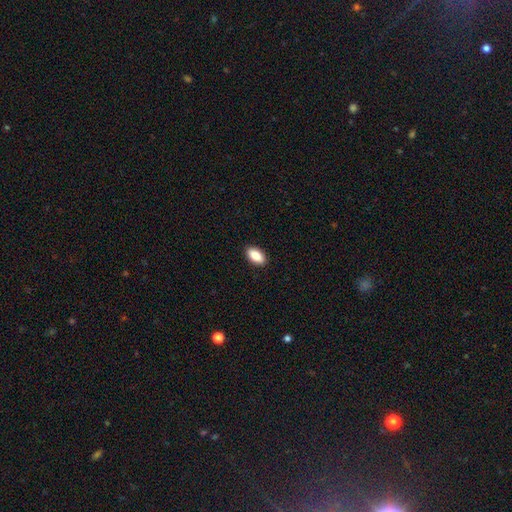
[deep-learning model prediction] Q: Smooth or featured?
A: smooth (88%); runner-up: star or artifact (7%)
Q: How rounded?
A: in between (93%); runner-up: round (4%)
Q: Merging?
A: none (90%); runner-up: minor disturbance (7%)